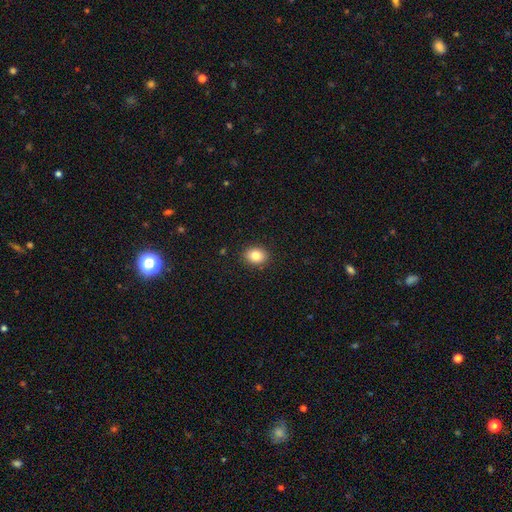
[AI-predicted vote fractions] Q: Smooth or featured?
A: smooth (84%); runner-up: star or artifact (9%)
Q: How rounded?
A: in between (53%); runner-up: round (46%)
Q: Merging?
A: none (90%); runner-up: minor disturbance (7%)